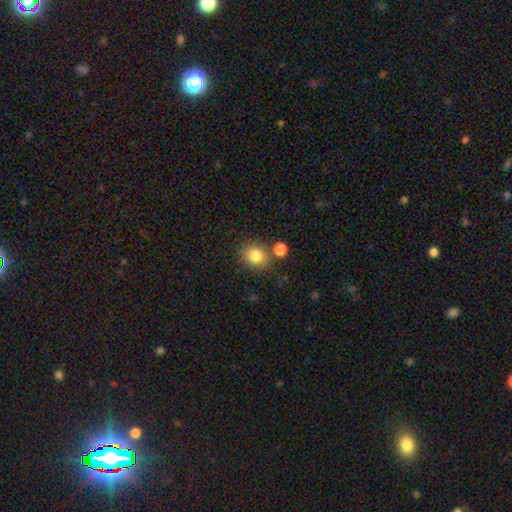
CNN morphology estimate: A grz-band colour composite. It shows a smooth galaxy with no disk features (83%) that is round (70%). Merging: none (75%).